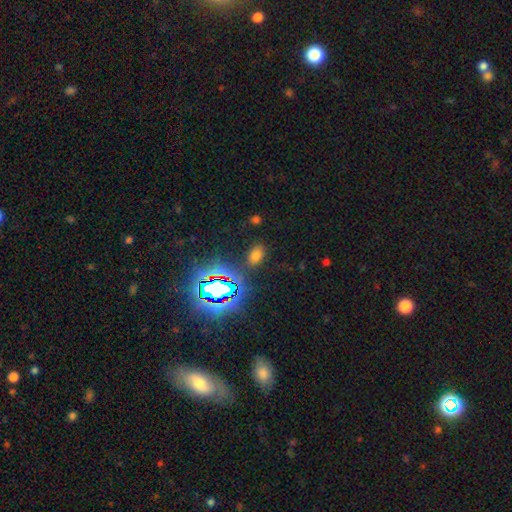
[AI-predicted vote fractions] Smooth or featured? smooth (59%)
How rounded? in between (85%)
Merging? none (81%)